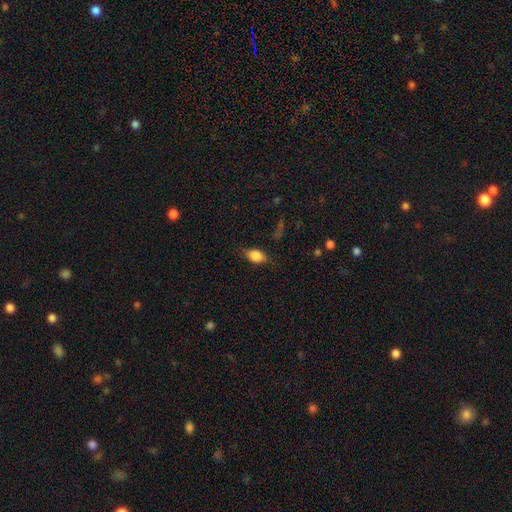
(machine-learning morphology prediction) Smooth or featured?
  - smooth: 75% *
  - featured or disk: 16%
  - star or artifact: 9%
How rounded?
  - in between: 82% *
  - round: 12%
  - cigar-shaped: 6%
Merging?
  - none: 69% *
  - minor disturbance: 22%
  - major disturbance: 7%
  - merger: 2%